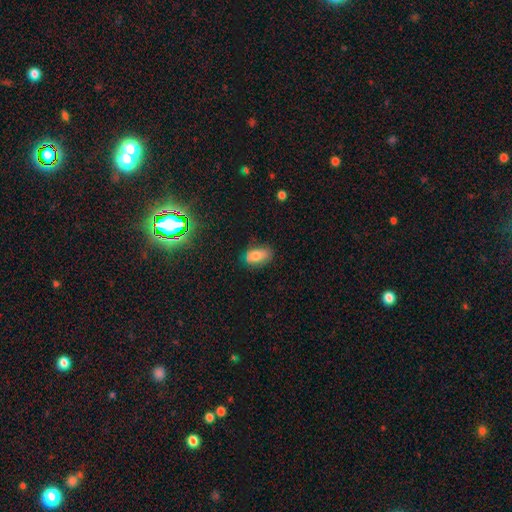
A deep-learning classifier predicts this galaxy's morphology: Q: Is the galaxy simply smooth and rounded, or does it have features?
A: smooth — 77%.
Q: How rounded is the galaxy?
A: in between — 90%.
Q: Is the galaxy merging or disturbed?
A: none — 68%.